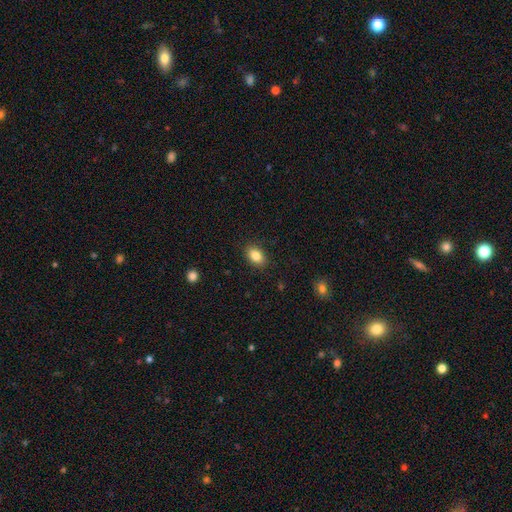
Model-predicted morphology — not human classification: Q: Smooth or featured?
A: smooth (85%); runner-up: star or artifact (8%)
Q: How rounded?
A: in between (83%); runner-up: round (16%)
Q: Merging?
A: none (88%); runner-up: minor disturbance (9%)